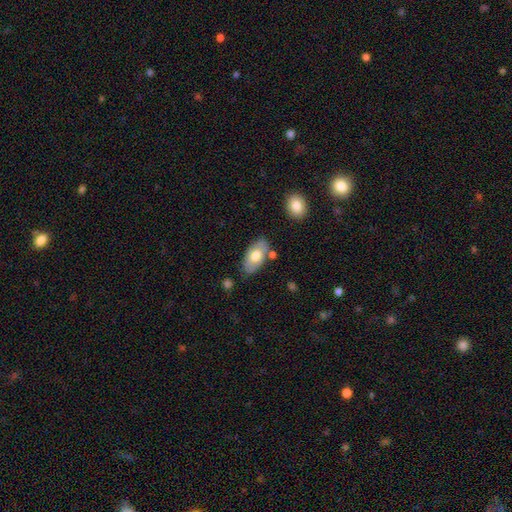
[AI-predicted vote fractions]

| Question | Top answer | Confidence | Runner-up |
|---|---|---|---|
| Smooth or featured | smooth | 65% | featured or disk (29%) |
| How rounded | in between | 94% | round (4%) |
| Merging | none | 74% | minor disturbance (17%) |